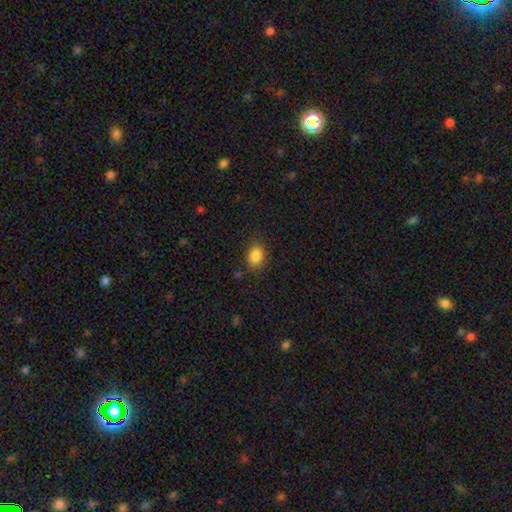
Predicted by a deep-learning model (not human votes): Smooth or featured? Predicted: smooth (p=0.85). How rounded? Predicted: in between (p=0.63). Merging? Predicted: none (p=0.82).